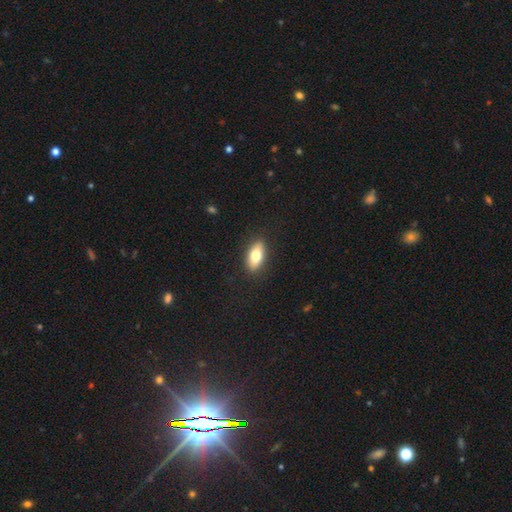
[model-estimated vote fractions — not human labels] This appears to be a smooth galaxy with no disk features (75%) that is in between round and cigar-shaped (84%). Merging: none (88%).